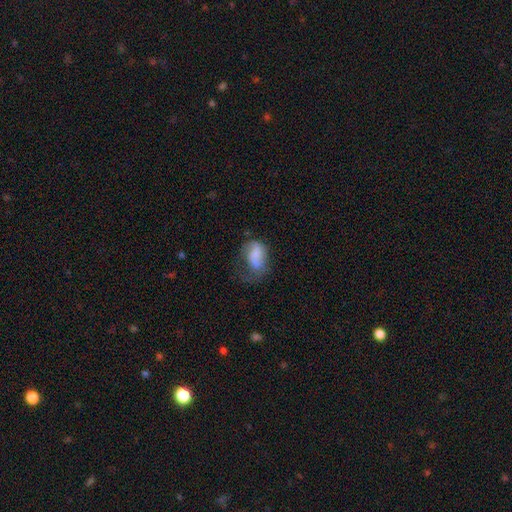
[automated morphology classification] A smooth galaxy with no disk features (57%) that is in between round and cigar-shaped (81%).

Vote fractions:
- Smooth or featured? smooth: 57% / featured or disk: 34% / star or artifact: 9%
- How rounded? in between: 81% / round: 17% / cigar-shaped: 2%
- Merging? major disturbance: 42% / minor disturbance: 27% / none: 25% / merger: 6%